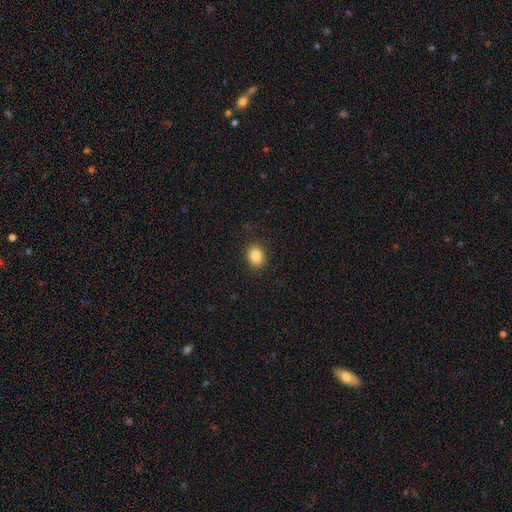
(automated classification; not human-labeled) Q: Smooth or featured?
A: smooth (86%); runner-up: star or artifact (9%)
Q: How rounded?
A: in between (54%); runner-up: round (45%)
Q: Merging?
A: none (88%); runner-up: minor disturbance (9%)